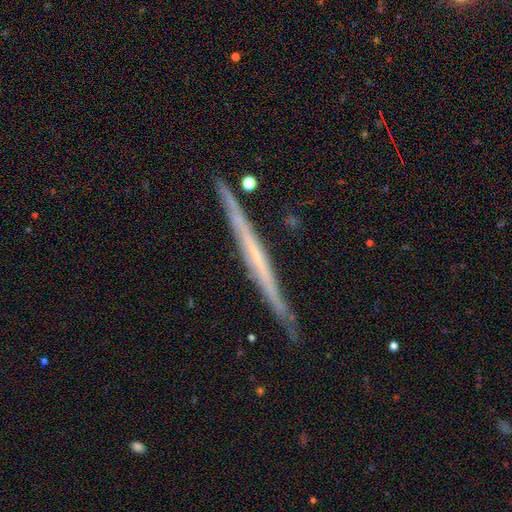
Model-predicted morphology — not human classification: Q: Smooth or featured?
A: featured or disk (68%); runner-up: smooth (25%)
Q: Edge-on disk?
A: yes (97%); runner-up: no (3%)
Q: Edge-on bulge?
A: none (85%); runner-up: rounded (10%)
Q: Merging?
A: none (87%); runner-up: minor disturbance (9%)